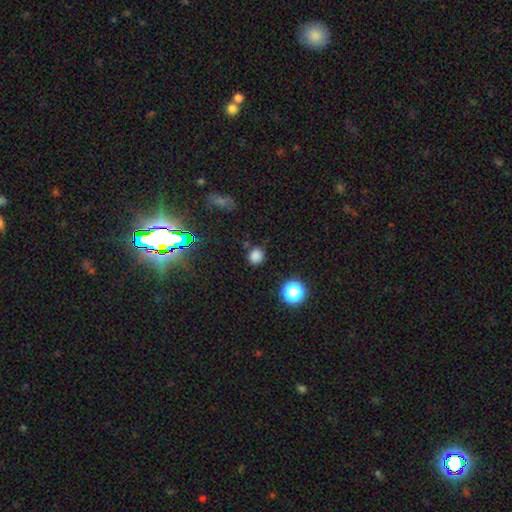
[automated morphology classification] This is likely a smooth galaxy (79%). How rounded: clearly round (87%). Merging: clearly none (83%).